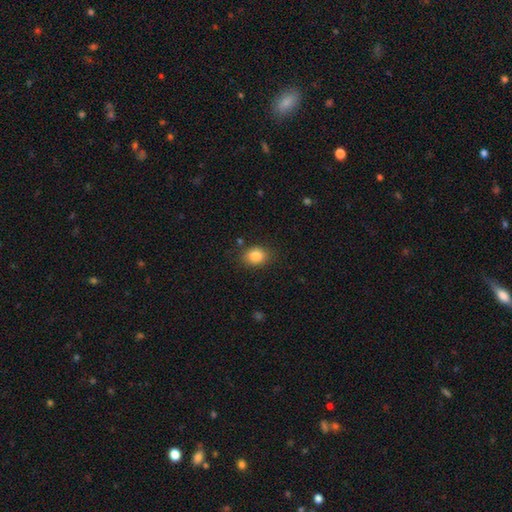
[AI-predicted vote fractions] Smooth or featured: smooth — 85% (star or artifact — 9%)
How rounded: in between — 57% (round — 42%)
Merging: none — 83% (minor disturbance — 12%)